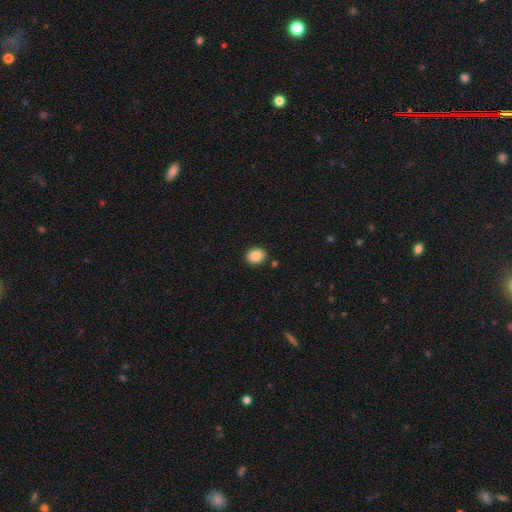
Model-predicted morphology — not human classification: Q: Smooth or featured?
A: smooth (87%); runner-up: star or artifact (8%)
Q: How rounded?
A: round (53%); runner-up: in between (46%)
Q: Merging?
A: none (88%); runner-up: minor disturbance (7%)